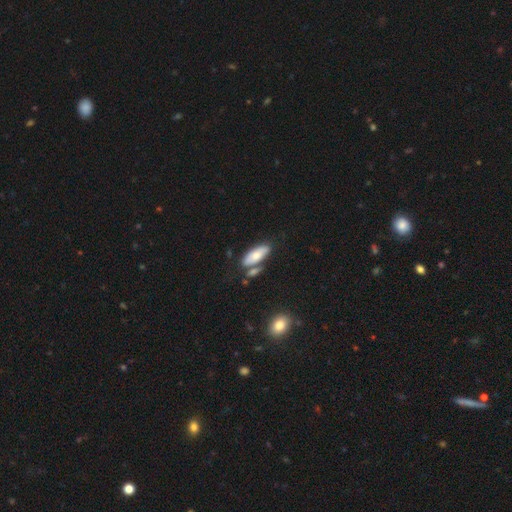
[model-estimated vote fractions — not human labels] Overall: smooth (70%). How rounded: in between (74%). Merging: none (61%).